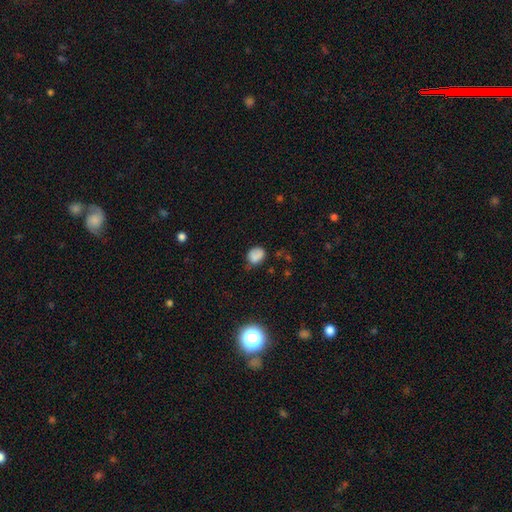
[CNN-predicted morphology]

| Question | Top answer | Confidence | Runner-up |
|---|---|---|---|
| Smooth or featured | smooth | 78% | star or artifact (11%) |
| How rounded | in between | 51% | round (48%) |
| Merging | none | 52% | minor disturbance (34%) |